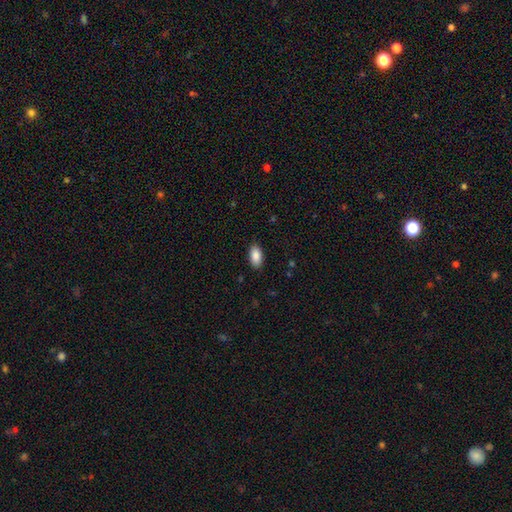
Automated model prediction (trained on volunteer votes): The model was most divided on "merging": none: 87%, minor disturbance: 10%, major disturbance: 2%, merger: 1%. More confident: how rounded — in between (94%); smooth or featured — smooth (89%).